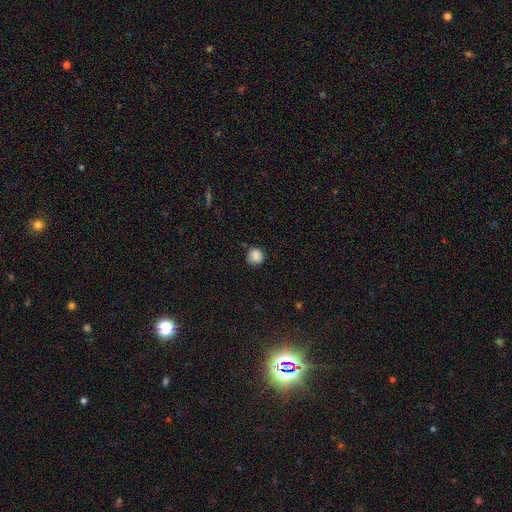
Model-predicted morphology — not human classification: Q: Smooth or featured?
A: smooth (86%); runner-up: star or artifact (10%)
Q: How rounded?
A: round (89%); runner-up: in between (10%)
Q: Merging?
A: none (77%); runner-up: minor disturbance (18%)